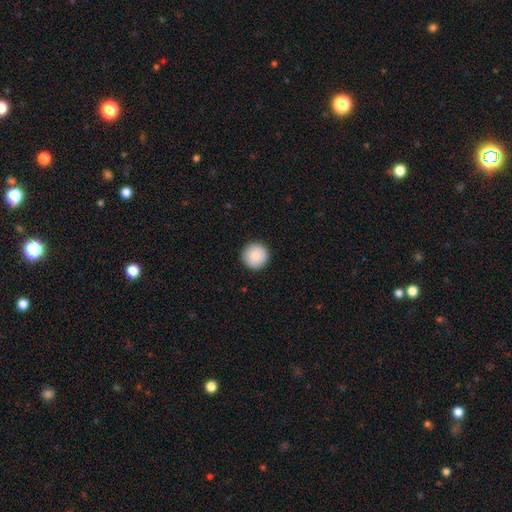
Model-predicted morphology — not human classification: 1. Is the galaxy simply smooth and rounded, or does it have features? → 89% smooth, 7% star or artifact, 4% featured or disk.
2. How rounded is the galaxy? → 96% round, 3% in between, 1% cigar-shaped.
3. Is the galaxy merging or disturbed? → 93% none, 5% minor disturbance, 1% major disturbance, 1% merger.